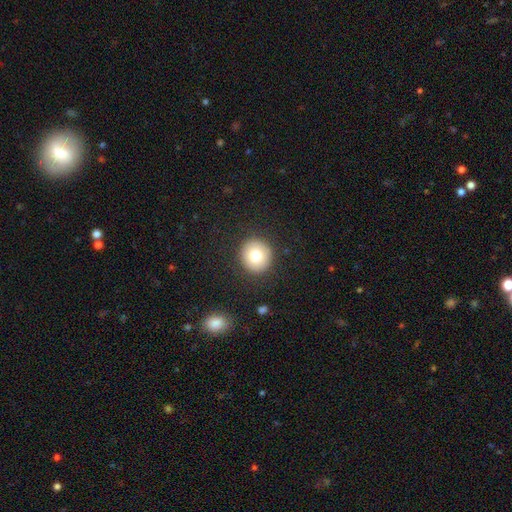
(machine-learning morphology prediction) smooth 77%, featured or disk 13%, star or artifact 10%. Down the decision tree: how rounded — round (92%); merging — none (90%).